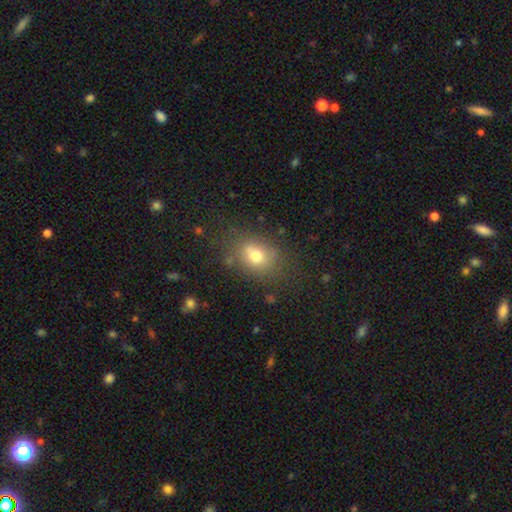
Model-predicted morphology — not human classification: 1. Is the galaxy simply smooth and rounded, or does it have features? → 74% smooth, 13% featured or disk, 12% star or artifact.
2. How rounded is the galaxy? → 59% in between, 39% round, 1% cigar-shaped.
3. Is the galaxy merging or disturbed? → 73% none, 17% minor disturbance, 7% major disturbance, 3% merger.